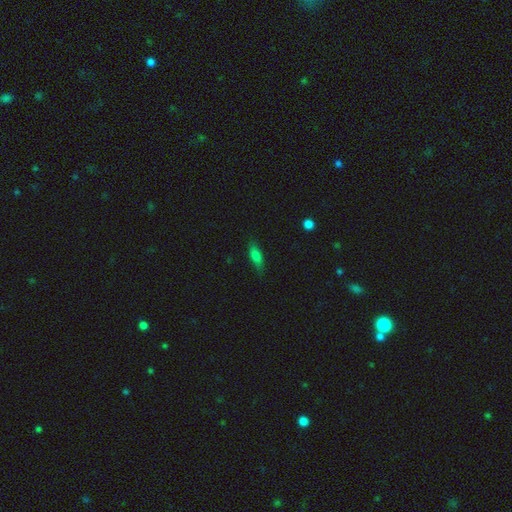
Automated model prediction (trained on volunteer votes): Smooth or featured? Predicted: smooth (p=0.71). How rounded? Predicted: in between (p=0.54). Merging? Predicted: none (p=0.78).